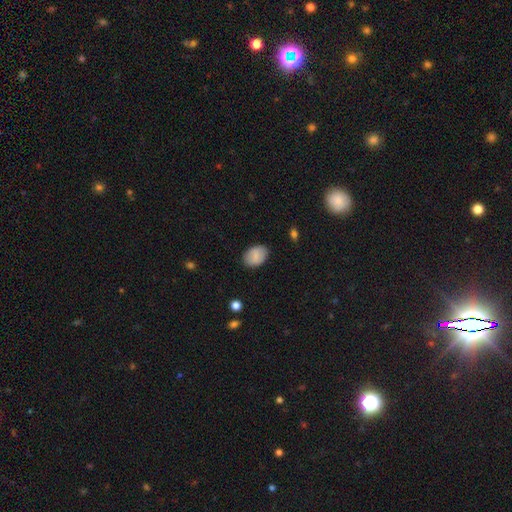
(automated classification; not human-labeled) The model was most divided on "smooth or featured": smooth: 80%, featured or disk: 13%, star or artifact: 7%. More confident: merging — none (85%); how rounded — in between (84%).